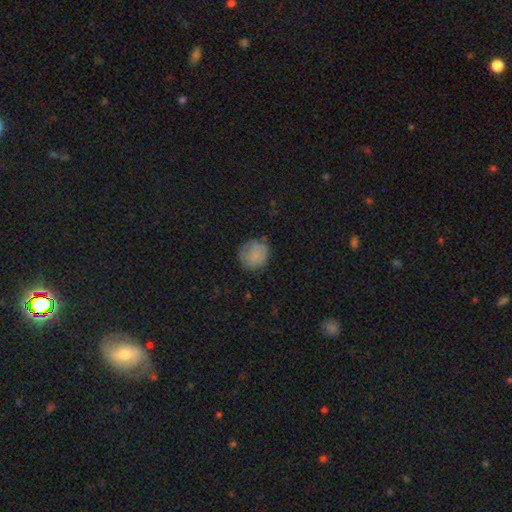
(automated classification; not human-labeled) Smooth or featured? Predicted: smooth (p=0.79). How rounded? Predicted: round (p=0.90). Merging? Predicted: none (p=0.76).